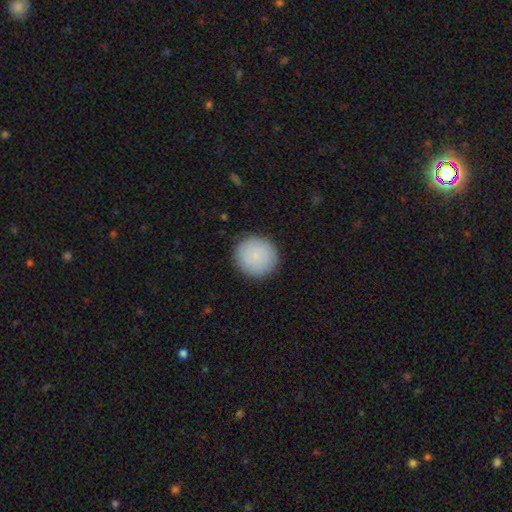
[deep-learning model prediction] The model was most divided on "smooth or featured": smooth: 85%, featured or disk: 9%, star or artifact: 6%. More confident: how rounded — round (94%); merging — none (89%).